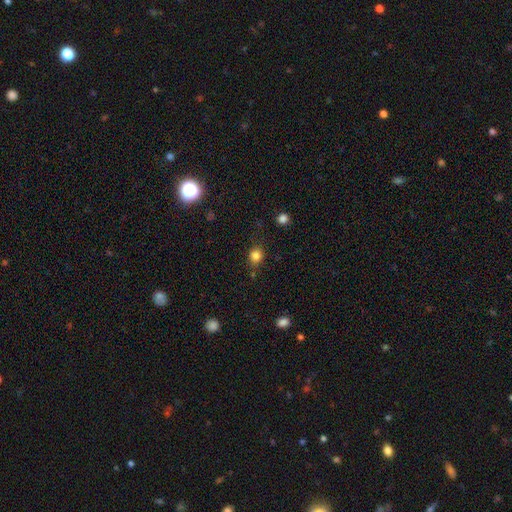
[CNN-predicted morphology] Smooth or featured?
  - smooth: 83% *
  - star or artifact: 12%
  - featured or disk: 5%
How rounded?
  - round: 70% *
  - in between: 29%
  - cigar-shaped: 1%
Merging?
  - none: 76% *
  - minor disturbance: 15%
  - major disturbance: 4%
  - merger: 4%